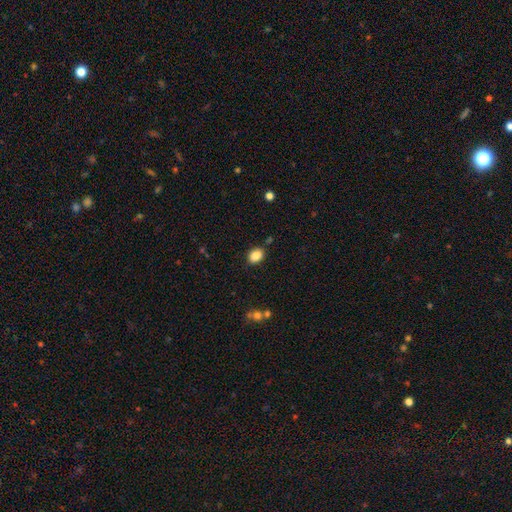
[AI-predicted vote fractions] smooth_or_featured: smooth (p=0.87) [alt: star or artifact p=0.09]
how_rounded: in between (p=0.71) [alt: round p=0.28]
merging: none (p=0.82) [alt: minor disturbance p=0.12]